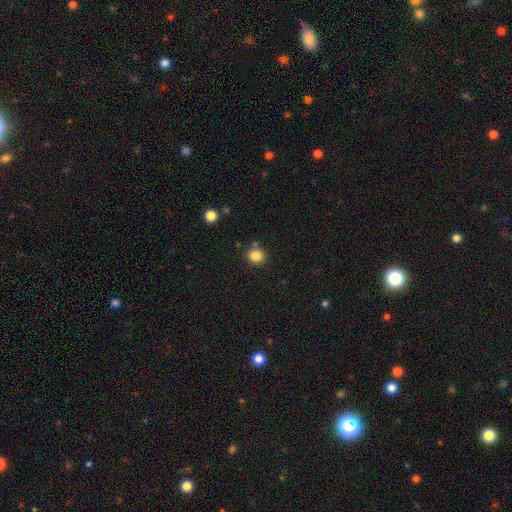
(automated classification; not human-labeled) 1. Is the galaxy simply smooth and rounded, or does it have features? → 85% smooth, 11% star or artifact, 5% featured or disk.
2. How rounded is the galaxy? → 79% round, 20% in between, 1% cigar-shaped.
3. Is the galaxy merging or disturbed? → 80% none, 10% minor disturbance, 7% merger, 3% major disturbance.